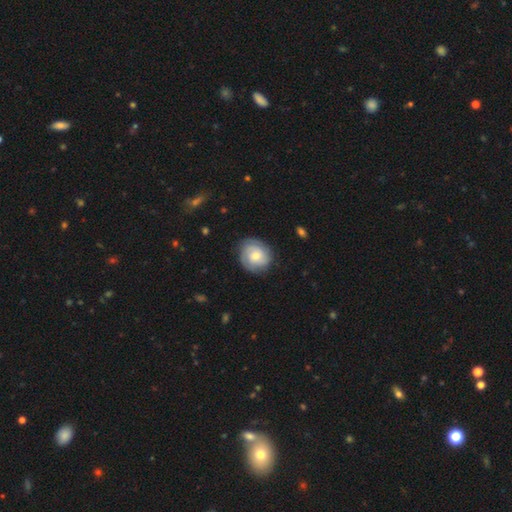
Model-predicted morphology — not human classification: Smooth or featured? Predicted: featured or disk (p=0.61). Edge-on disk? Predicted: no (p=0.98). Bar? Predicted: no (p=0.74). Spiral arms? Predicted: yes (p=0.87). Spiral winding? Predicted: tight (p=0.70). Spiral arm count? Predicted: 2 (p=0.36). Bulge size? Predicted: moderate (p=0.57). Merging? Predicted: none (p=0.79).